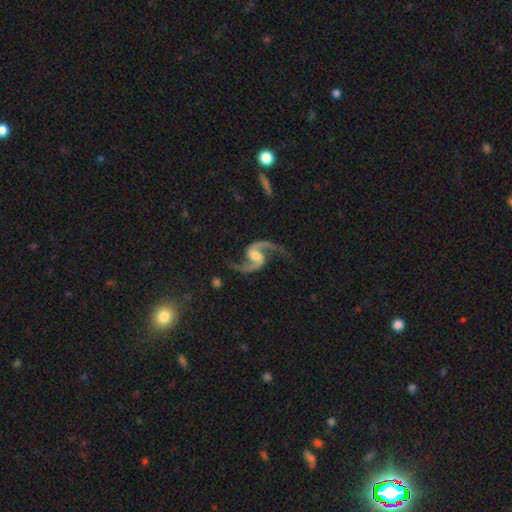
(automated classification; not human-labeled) A featured or disk galaxy (94%) with a weak bar (46%), 2 (95%) loose (55%) spiral arms (99%) and a moderate central bulge (55%).

Vote fractions:
- Smooth or featured? featured or disk: 94% / star or artifact: 4% / smooth: 2%
- Edge-on disk? no: 98% / yes: 2%
- Bar? weak: 46% / no: 34% / strong: 20%
- Spiral arms? yes: 99% / no: 1%
- Spiral winding? loose: 55% / medium: 39% / tight: 5%
- Spiral arm count? 2: 95% / 1: 1% / 3: 1% / can't tell: 1% / 4: 1% / more than 4: 1%
- Bulge size? moderate: 55% / small: 25% / large: 11% / none: 7% / dominant: 2%
- Merging? none: 79% / minor disturbance: 12% / major disturbance: 6% / merger: 2%